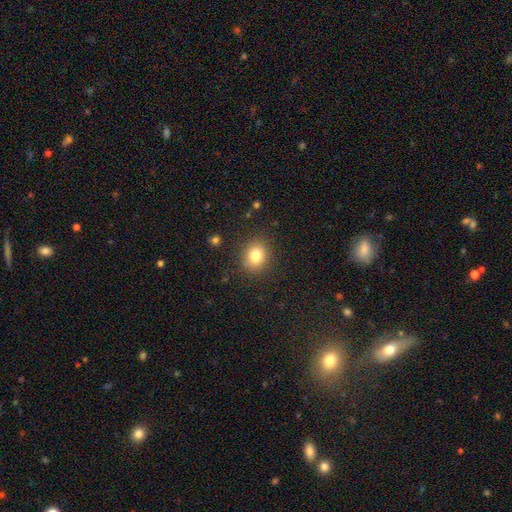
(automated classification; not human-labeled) smooth_or_featured: smooth (p=0.81) [alt: star or artifact p=0.11]
how_rounded: round (p=0.68) [alt: in between p=0.31]
merging: none (p=0.87) [alt: minor disturbance p=0.09]